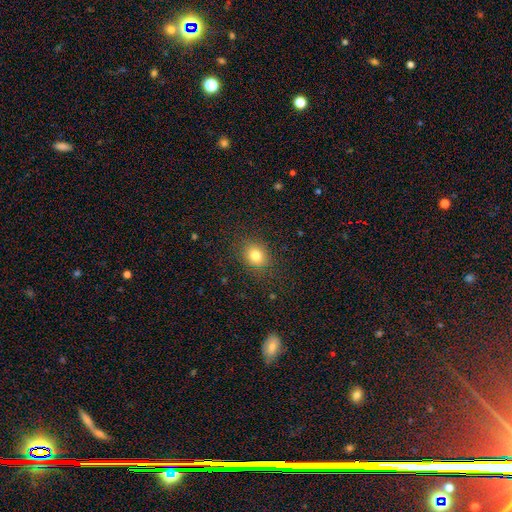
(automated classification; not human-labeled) A smooth galaxy with no disk features (80%) that is round (63%).

Vote fractions:
- Smooth or featured? smooth: 80% / star or artifact: 13% / featured or disk: 7%
- How rounded? round: 63% / in between: 36% / cigar-shaped: 1%
- Merging? none: 87% / minor disturbance: 9% / major disturbance: 3% / merger: 1%